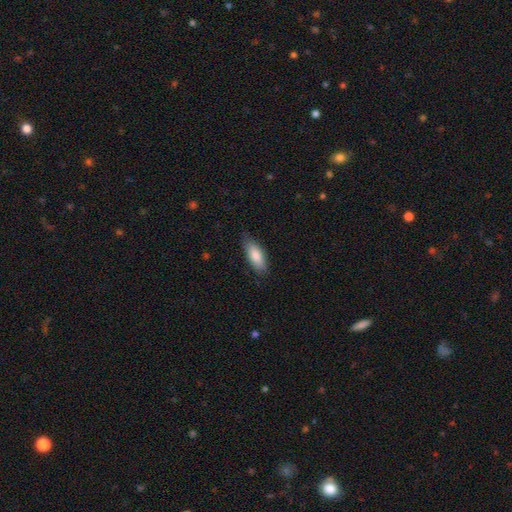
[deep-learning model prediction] smooth_or_featured: smooth (p=0.84) [alt: featured or disk p=0.10]
how_rounded: in between (p=0.73) [alt: cigar-shaped p=0.26]
merging: none (p=0.78) [alt: minor disturbance p=0.18]